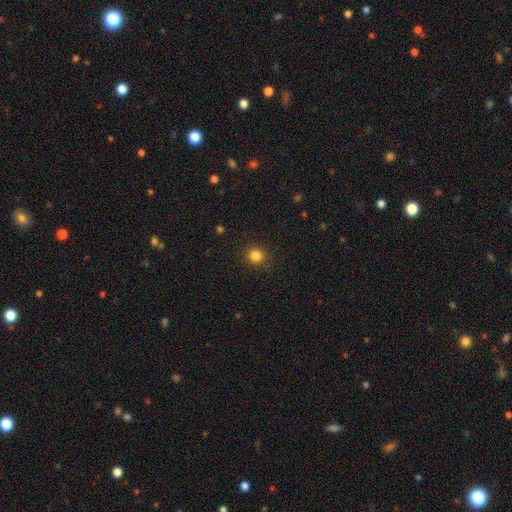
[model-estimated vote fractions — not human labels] This is clearly a smooth galaxy (83%). How rounded: clearly round (92%). Merging: clearly none (90%).